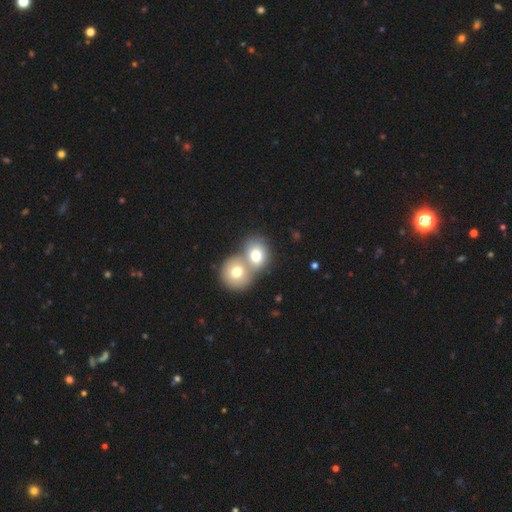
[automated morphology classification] Smooth or featured? Predicted: smooth (p=0.70). How rounded? Predicted: round (p=0.70). Merging? Predicted: merger (p=0.68).